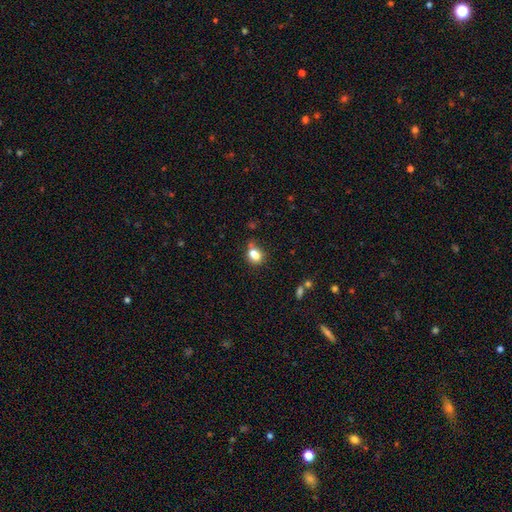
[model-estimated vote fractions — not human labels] smooth 78%, star or artifact 11%, featured or disk 10%. Down the decision tree: how rounded — in between (60%); merging — none (47%).